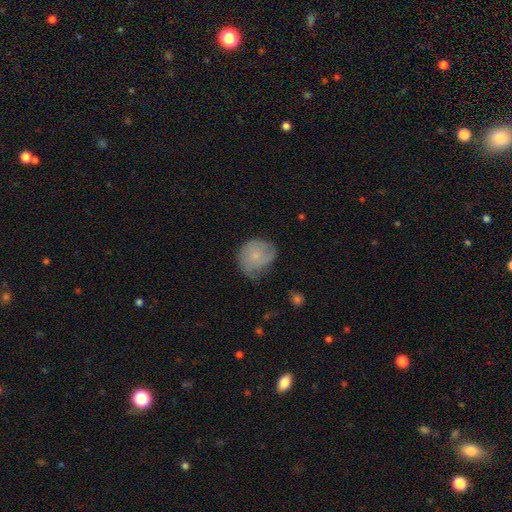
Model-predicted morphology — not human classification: smooth 58%, featured or disk 34%, star or artifact 8%. Down the decision tree: how rounded — round (72%); merging — none (45%).